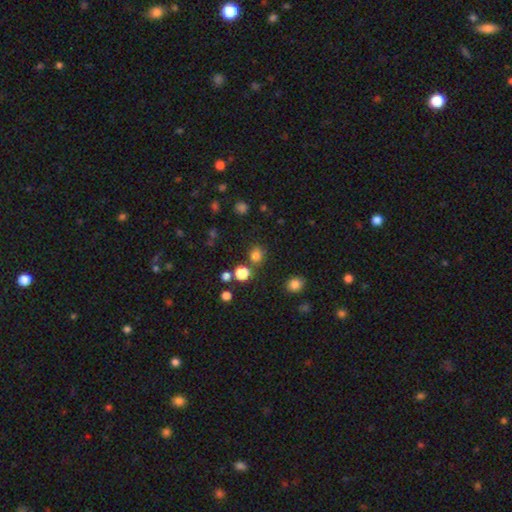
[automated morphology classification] A smooth galaxy with no disk features (76%) that is round (82%).

Vote fractions:
- Smooth or featured? smooth: 76% / star or artifact: 19% / featured or disk: 5%
- How rounded? round: 82% / in between: 17% / cigar-shaped: 1%
- Merging? none: 76% / minor disturbance: 11% / merger: 9% / major disturbance: 4%